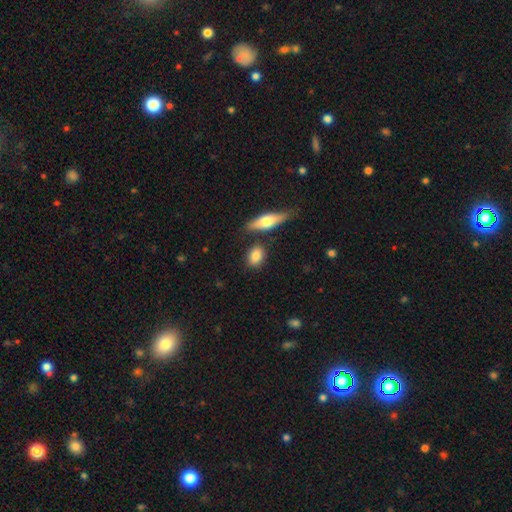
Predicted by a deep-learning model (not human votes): A smooth galaxy with no disk features (83%) that is in between round and cigar-shaped (68%). Merging: none (75%).